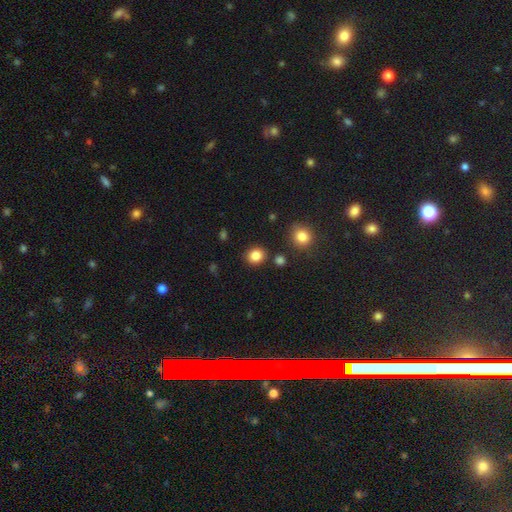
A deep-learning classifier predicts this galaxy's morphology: Smooth or featured: smooth — 85% (star or artifact — 11%)
How rounded: round — 76% (in between — 23%)
Merging: none — 86% (minor disturbance — 8%)